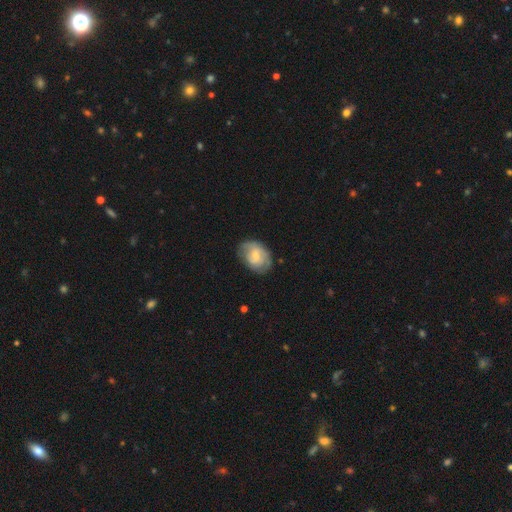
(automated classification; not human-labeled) This appears to be a smooth galaxy with no disk features (49%). Merging: none (67%).